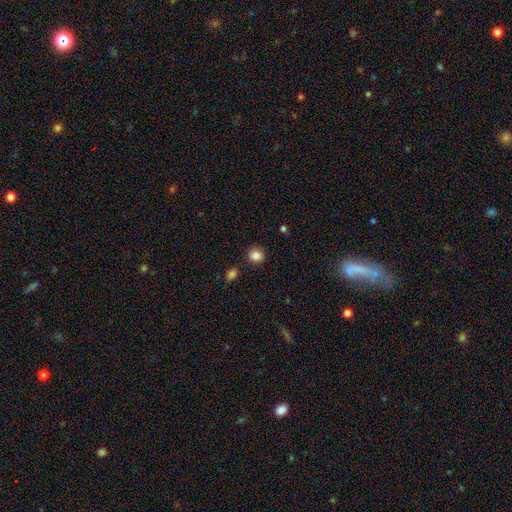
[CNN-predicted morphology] Smooth or featured? Predicted: smooth (p=0.86). How rounded? Predicted: round (p=0.85). Merging? Predicted: none (p=0.87).